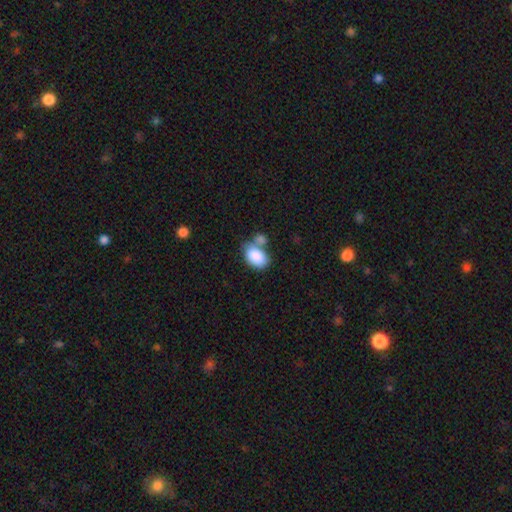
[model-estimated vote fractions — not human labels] smooth 86%, featured or disk 7%, star or artifact 7%. Down the decision tree: how rounded — in between (88%); merging — none (43%).